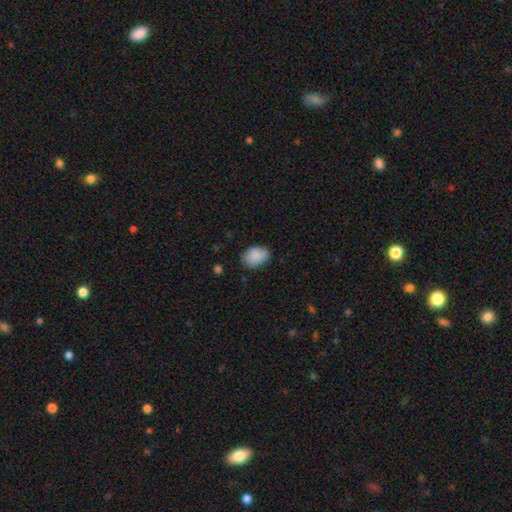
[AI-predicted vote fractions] Overall: smooth (85%). How rounded: in between (77%). Merging: none (70%).